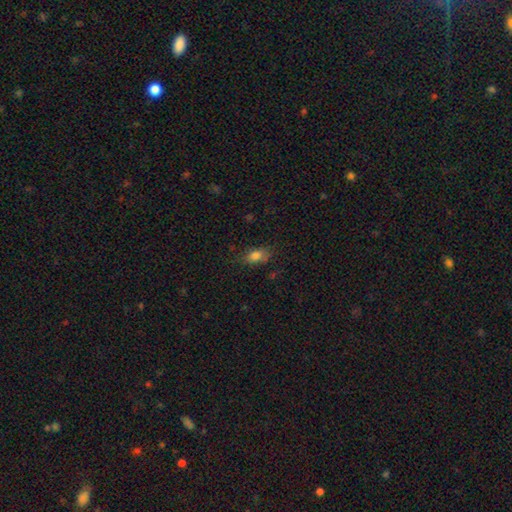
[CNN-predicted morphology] type=smooth (81%); roundness=in between (84%); merging=none (73%).